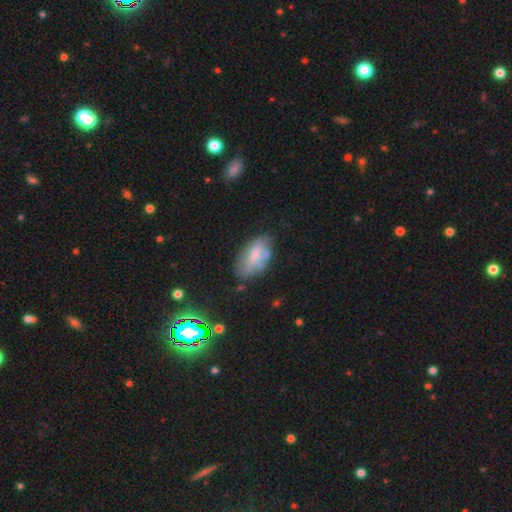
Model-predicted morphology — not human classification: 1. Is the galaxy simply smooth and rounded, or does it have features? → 63% smooth, 29% featured or disk, 9% star or artifact.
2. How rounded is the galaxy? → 91% in between, 6% cigar-shaped, 3% round.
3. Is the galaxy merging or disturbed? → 58% none, 27% minor disturbance, 9% major disturbance, 6% merger.